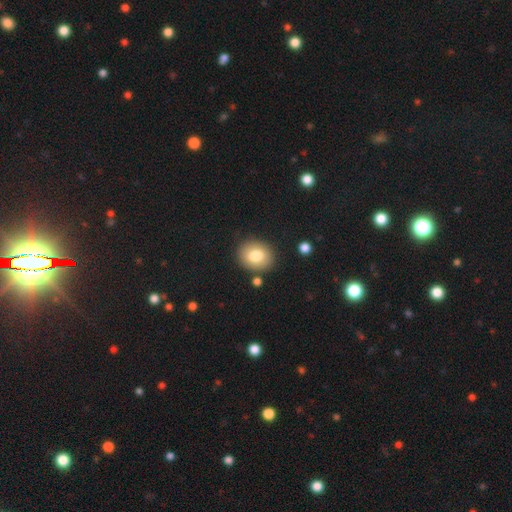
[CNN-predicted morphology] type=smooth (80%); roundness=round (61%); merging=none (84%).